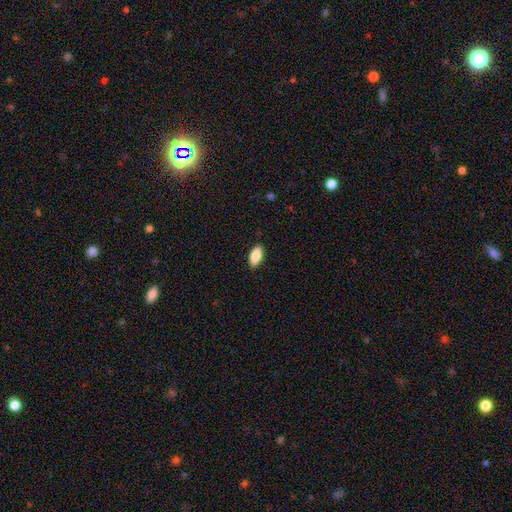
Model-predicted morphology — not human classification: Smooth or featured: smooth — 85% (featured or disk — 9%)
How rounded: in between — 86% (cigar-shaped — 11%)
Merging: none — 89% (minor disturbance — 9%)